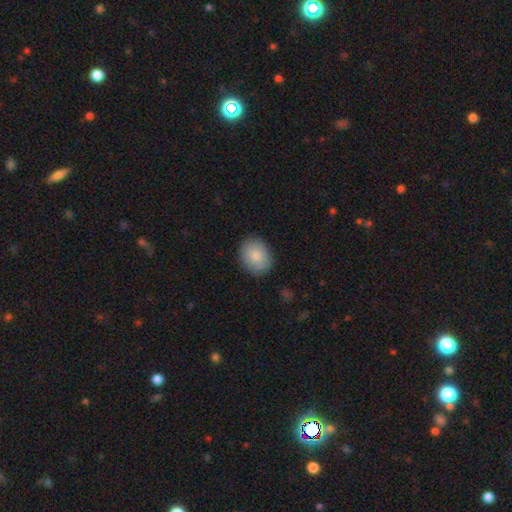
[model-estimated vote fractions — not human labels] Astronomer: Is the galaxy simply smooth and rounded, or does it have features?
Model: smooth — 85%.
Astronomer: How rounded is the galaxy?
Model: in between — 53% (runner-up: round, 46%).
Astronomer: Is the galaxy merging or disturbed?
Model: none — 87%.